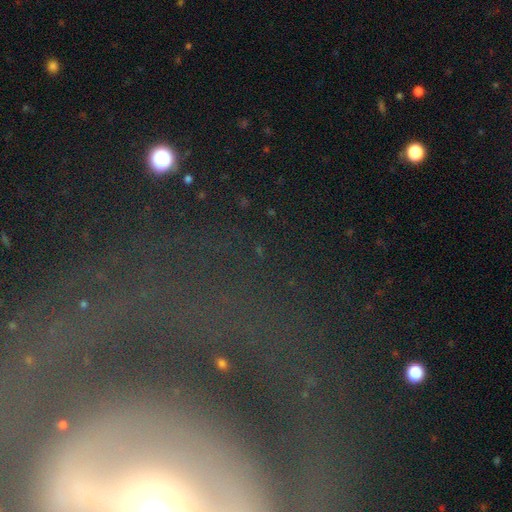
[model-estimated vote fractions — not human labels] Overall: featured or disk (60%; star or artifact 21%). Edge-on disk: no (84%). Bar: no (37%; strong 36%). Spiral arms: yes (65%; no 35%). Bulge size: moderate (49%; small 27%). Merging: none (66%).